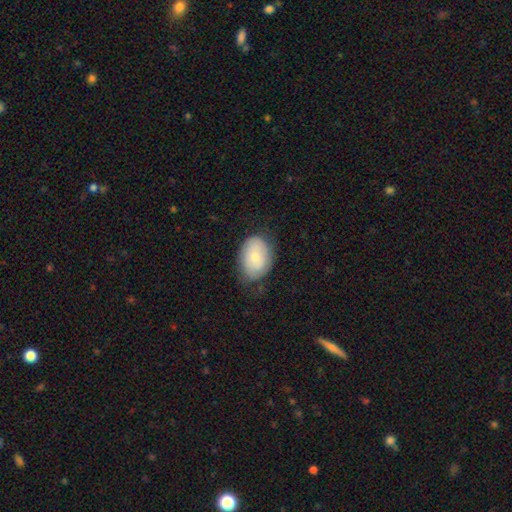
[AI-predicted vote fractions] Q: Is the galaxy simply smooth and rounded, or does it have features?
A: smooth — 64%.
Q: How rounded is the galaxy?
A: in between — 78%.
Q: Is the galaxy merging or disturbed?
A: none — 66%.